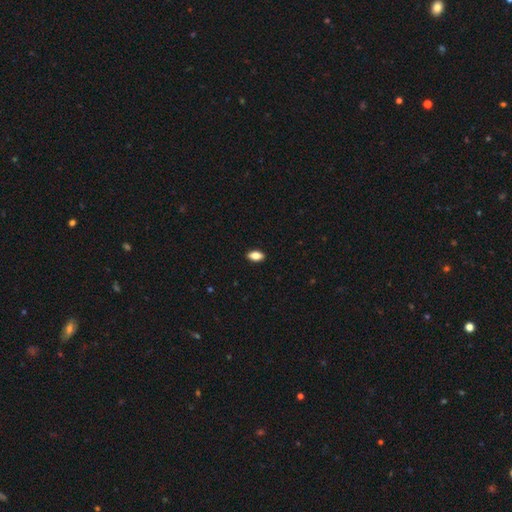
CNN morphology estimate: Smooth or featured? smooth (81%)
How rounded? in between (89%)
Merging? none (90%)